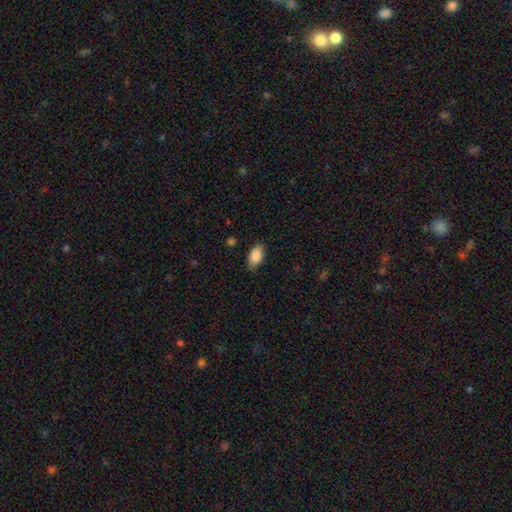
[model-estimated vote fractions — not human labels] A smooth galaxy with no disk features (88%) that is in between round and cigar-shaped (93%). Merging: none (80%).